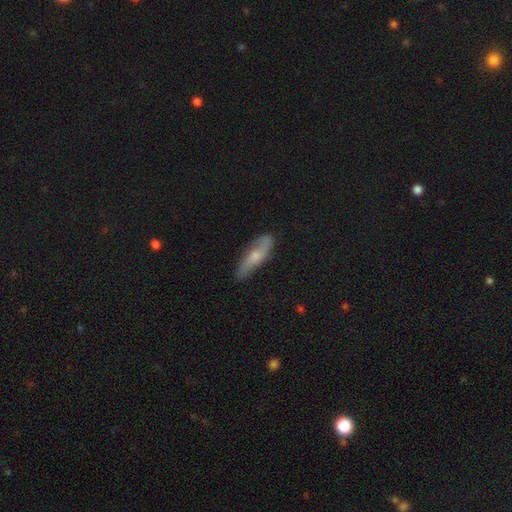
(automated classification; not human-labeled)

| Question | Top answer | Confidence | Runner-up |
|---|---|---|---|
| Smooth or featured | featured or disk | 50% | smooth (43%) |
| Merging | none | 74% | minor disturbance (20%) |